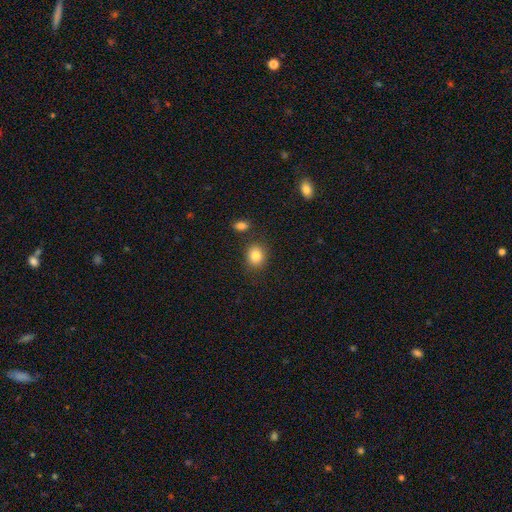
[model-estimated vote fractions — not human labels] Q: Smooth or featured?
A: smooth (84%); runner-up: star or artifact (9%)
Q: How rounded?
A: round (63%); runner-up: in between (36%)
Q: Merging?
A: none (81%); runner-up: minor disturbance (10%)